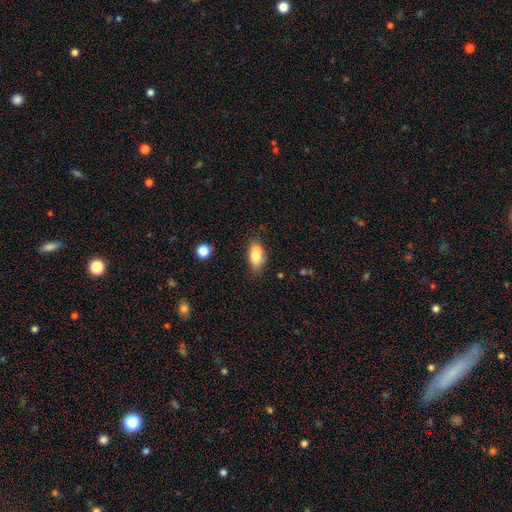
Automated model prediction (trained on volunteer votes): Smooth or featured? smooth (80%)
How rounded? in between (90%)
Merging? none (74%)